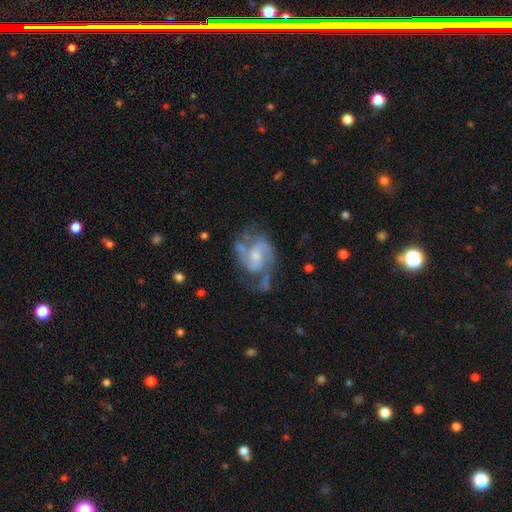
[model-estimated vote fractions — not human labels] Smooth or featured? featured or disk (82%)
Edge-on disk? no (98%)
Bar? weak (48%)
Spiral arms? yes (92%)
Spiral winding? medium (54%)
Spiral arm count? 2 (79%)
Bulge size? small (47%)
Merging? none (50%)